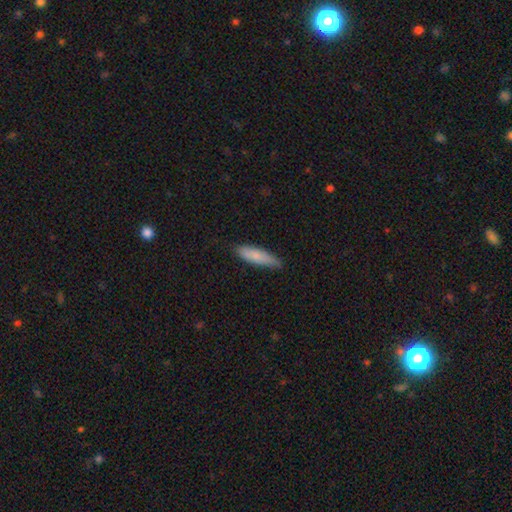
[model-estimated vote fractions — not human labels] smooth_or_featured: smooth (p=0.81) [alt: featured or disk p=0.13]
how_rounded: cigar-shaped (p=0.69) [alt: in between p=0.29]
merging: none (p=0.79) [alt: minor disturbance p=0.18]